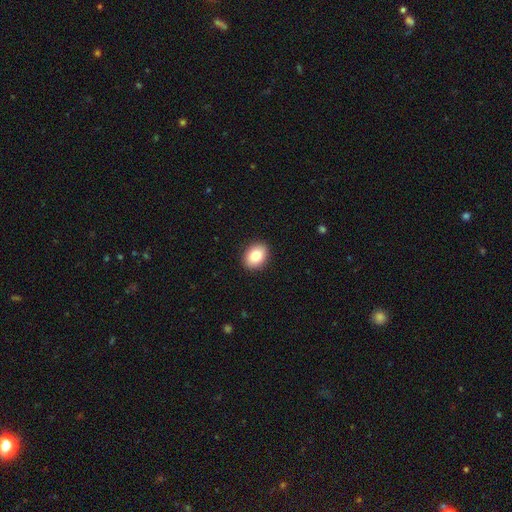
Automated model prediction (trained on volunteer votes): The model was most divided on "how rounded": in between: 70%, round: 29%, cigar-shaped: 1%. More confident: merging — none (91%); smooth or featured — smooth (86%).